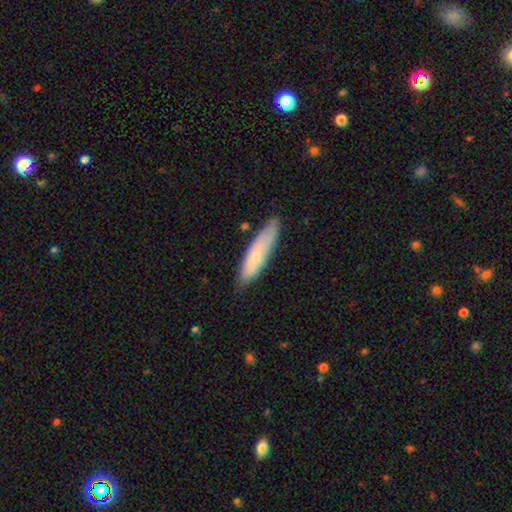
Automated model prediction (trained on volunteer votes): This is likely a smooth galaxy (69%). How rounded: likely cigar-shaped (73%). Merging: likely none (78%).